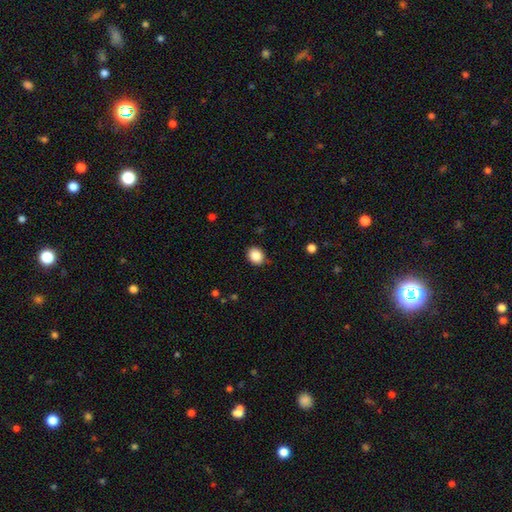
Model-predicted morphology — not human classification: The model was most divided on "how rounded": round: 63%, in between: 36%, cigar-shaped: 1%. More confident: smooth or featured — smooth (87%); merging — none (86%).